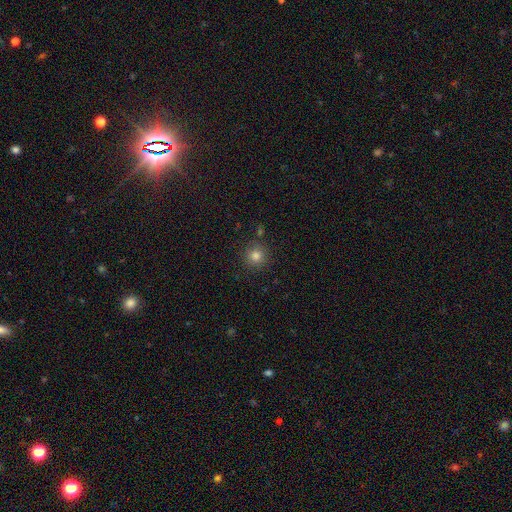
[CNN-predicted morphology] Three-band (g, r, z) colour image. It shows a smooth galaxy with no disk features (80%) that is round (94%). Merging: none (86%).